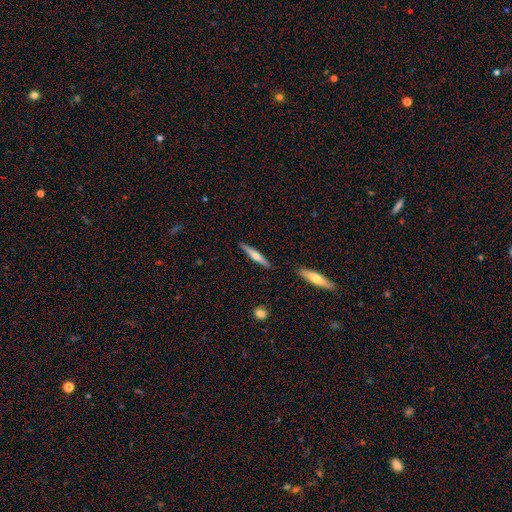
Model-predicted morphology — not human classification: Overall: featured or disk (47%, tied with smooth). Merging: none (88%).